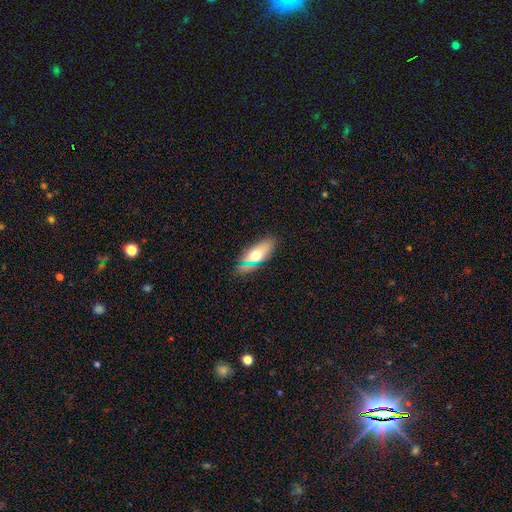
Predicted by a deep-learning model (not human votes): smooth-or-featured: smooth: 65% | featured or disk: 23% | star or artifact: 12%
  how-rounded: in between: 78% | cigar-shaped: 17% | round: 5%
  merging: none: 80% | minor disturbance: 14% | major disturbance: 4% | merger: 2%